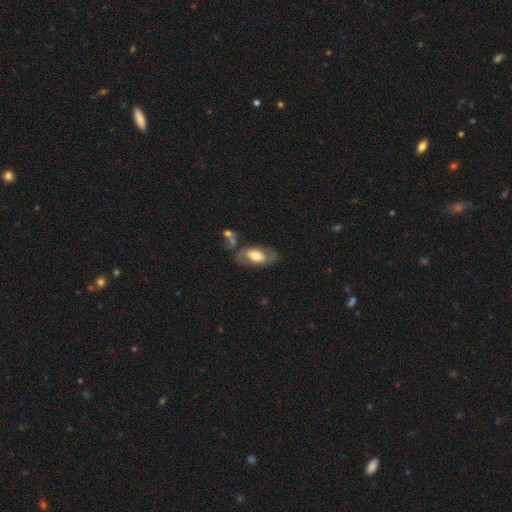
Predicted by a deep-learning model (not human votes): Smooth or featured? featured or disk (55%)
Edge-on disk? no (89%)
Merging? none (63%)